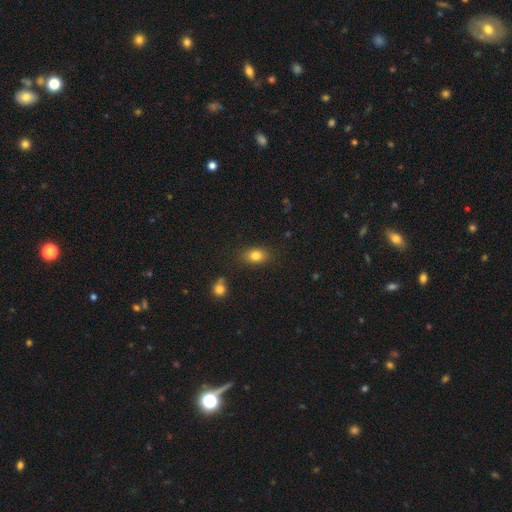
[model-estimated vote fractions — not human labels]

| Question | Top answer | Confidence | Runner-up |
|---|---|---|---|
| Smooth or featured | smooth | 82% | star or artifact (10%) |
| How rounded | in between | 73% | round (25%) |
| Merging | none | 82% | minor disturbance (12%) |